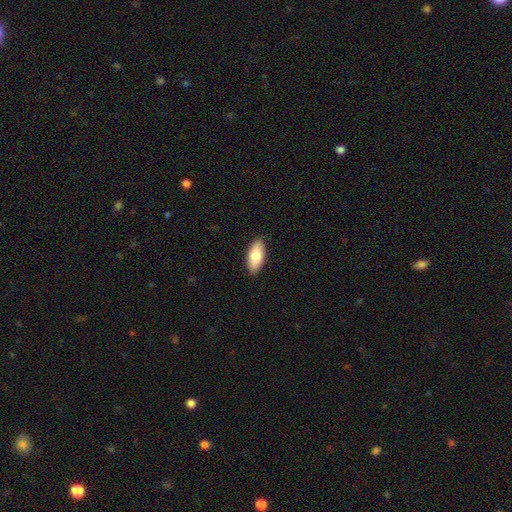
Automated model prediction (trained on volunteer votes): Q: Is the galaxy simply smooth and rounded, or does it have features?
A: smooth — 80%.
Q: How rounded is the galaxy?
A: in between — 86%.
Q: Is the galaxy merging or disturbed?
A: none — 87%.